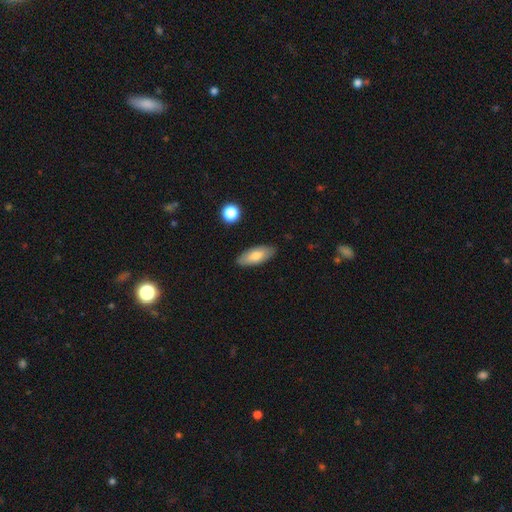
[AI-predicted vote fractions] smooth_or_featured: smooth (p=0.75) [alt: featured or disk p=0.19]
how_rounded: in between (p=0.84) [alt: cigar-shaped p=0.13]
merging: none (p=0.85) [alt: minor disturbance p=0.11]